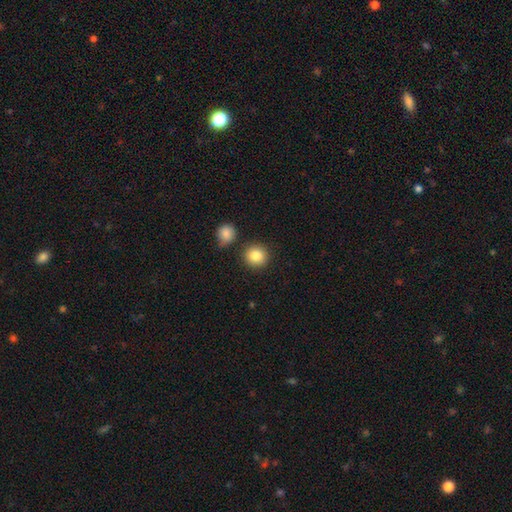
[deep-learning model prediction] Overall: smooth (86%). How rounded: round (91%). Merging: none (83%).